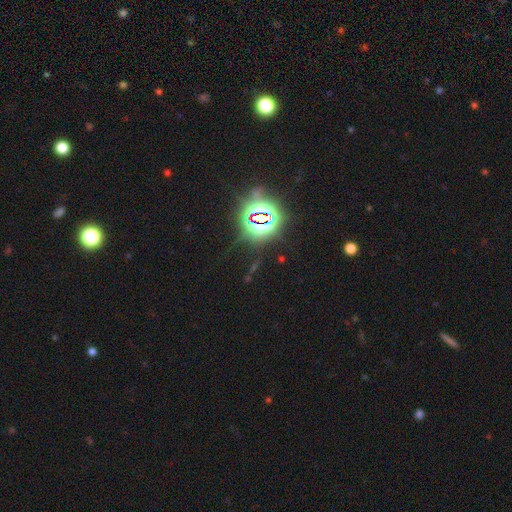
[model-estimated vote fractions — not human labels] This is clearly a star or artifact rather than a galaxy (83%).